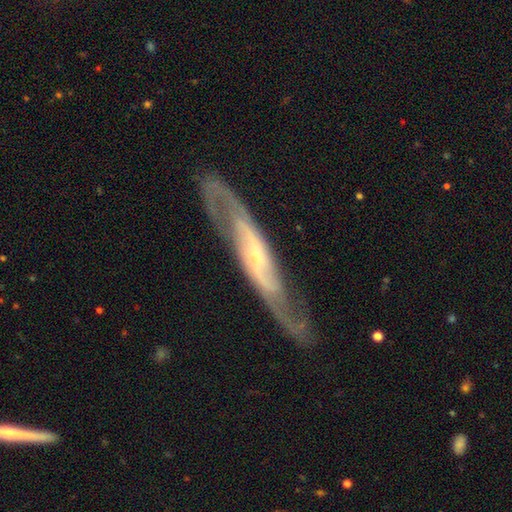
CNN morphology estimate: Smooth or featured? Predicted: featured or disk (p=0.86). Edge-on disk? Predicted: no (p=0.70). Bar? Predicted: weak (p=0.38). Spiral arms? Predicted: yes (p=0.95). Spiral winding? Predicted: medium (p=0.46). Spiral arm count? Predicted: 2 (p=0.89). Bulge size? Predicted: small (p=0.65). Merging? Predicted: none (p=0.76).